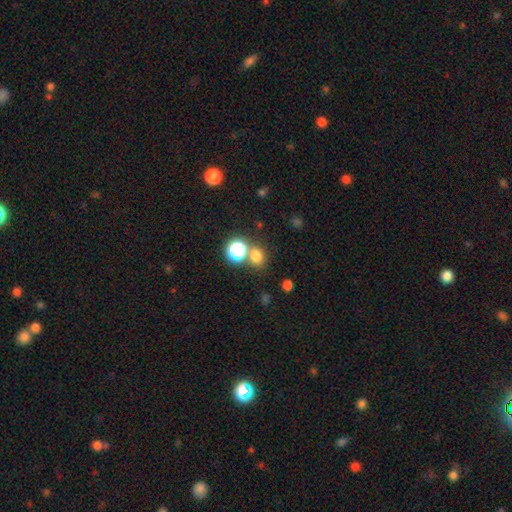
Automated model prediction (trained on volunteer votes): A smooth galaxy with no disk features (73%) that is round (68%). Merging: none (64%).